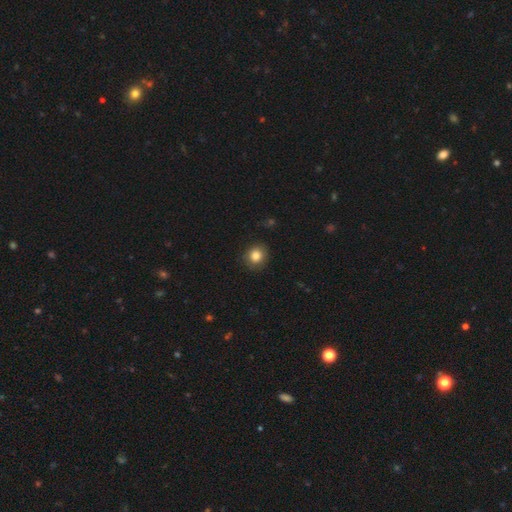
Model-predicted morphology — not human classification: Smooth or featured? smooth (83%)
How rounded? round (81%)
Merging? none (85%)